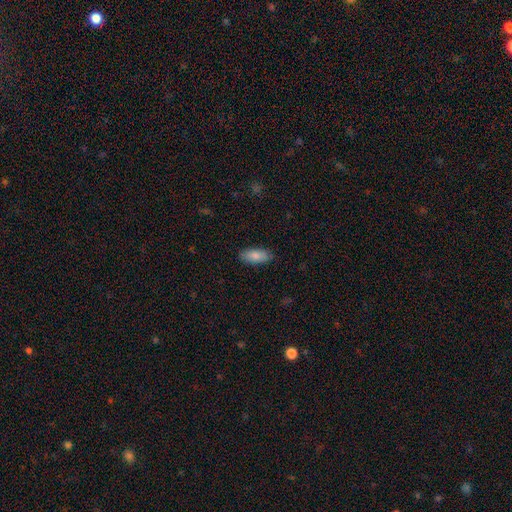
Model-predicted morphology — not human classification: Smooth or featured: smooth — 85% (featured or disk — 9%)
How rounded: in between — 84% (cigar-shaped — 14%)
Merging: none — 87% (minor disturbance — 9%)